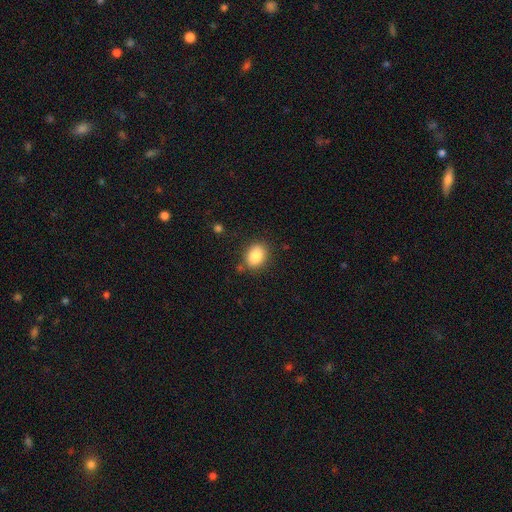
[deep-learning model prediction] This is clearly a smooth galaxy (86%). How rounded: likely in between (65%). Merging: clearly none (82%).